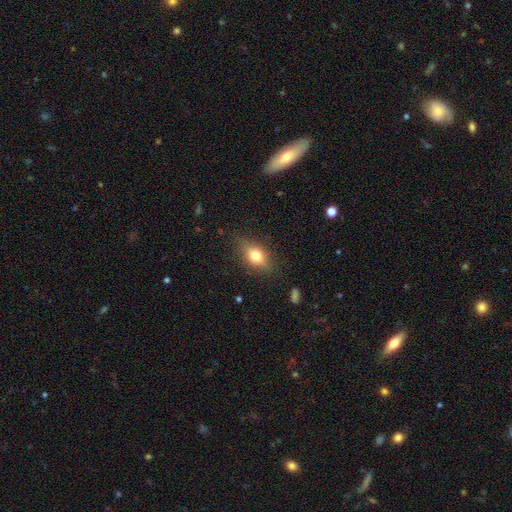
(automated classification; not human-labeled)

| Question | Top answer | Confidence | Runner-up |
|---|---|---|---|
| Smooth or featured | smooth | 72% | featured or disk (19%) |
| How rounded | in between | 72% | round (21%) |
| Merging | none | 77% | minor disturbance (17%) |